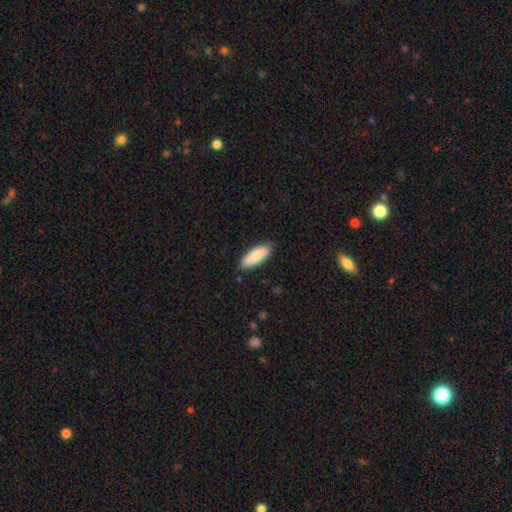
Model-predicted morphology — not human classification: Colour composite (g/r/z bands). It shows a smooth galaxy with no disk features (83%) that is in between round and cigar-shaped (72%). Merging: none (85%).